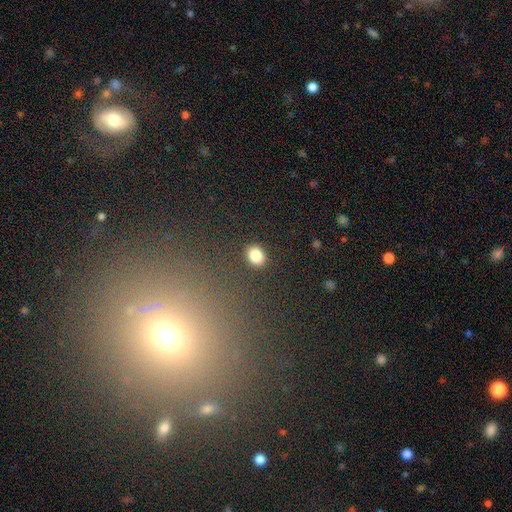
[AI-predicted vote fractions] Overall: smooth (84%). How rounded: round (52%; in between 47%). Merging: none (88%).